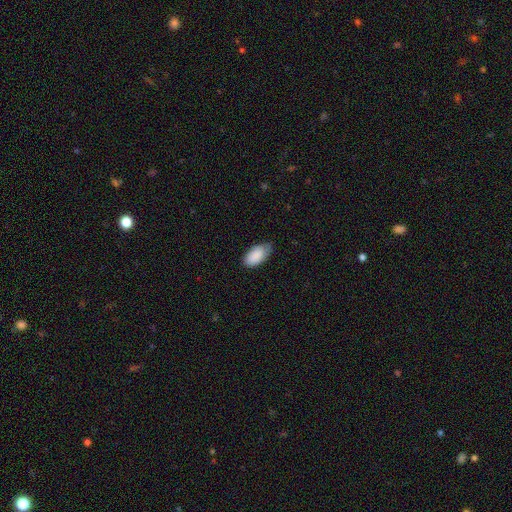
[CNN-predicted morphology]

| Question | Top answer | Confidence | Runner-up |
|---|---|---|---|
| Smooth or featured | smooth | 88% | featured or disk (6%) |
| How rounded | in between | 95% | round (3%) |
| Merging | none | 62% | minor disturbance (32%) |